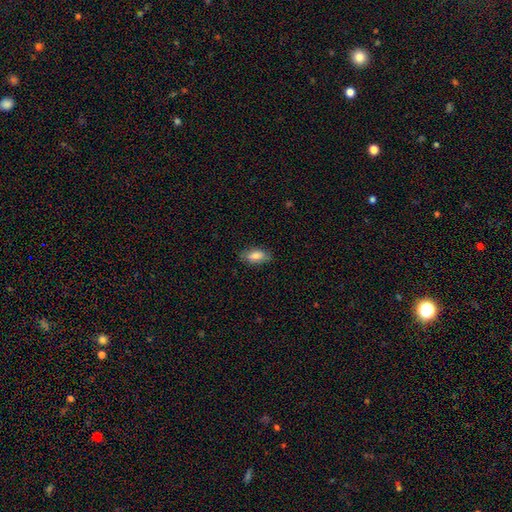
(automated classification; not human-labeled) Morphology: type=smooth (79%); roundness=in between (89%); merging=none (80%).